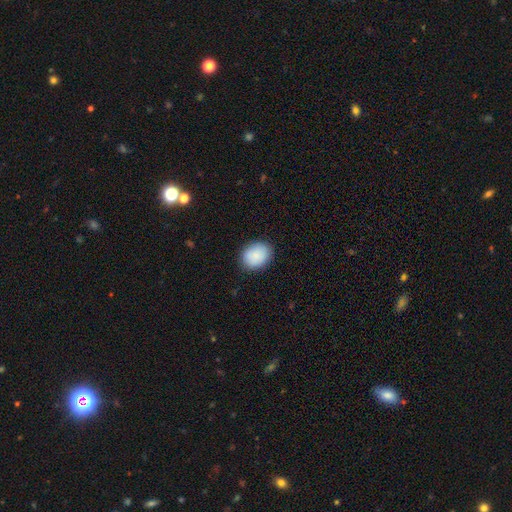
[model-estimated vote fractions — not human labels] Smooth or featured?
  - smooth: 88% *
  - star or artifact: 7%
  - featured or disk: 6%
How rounded?
  - in between: 59% *
  - round: 40%
  - cigar-shaped: 1%
Merging?
  - none: 87% *
  - minor disturbance: 10%
  - major disturbance: 2%
  - merger: 1%